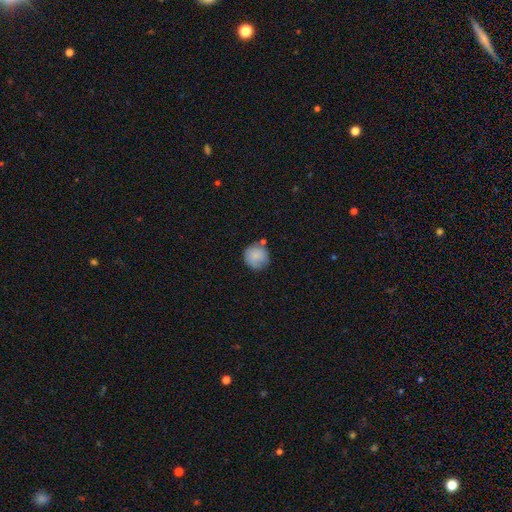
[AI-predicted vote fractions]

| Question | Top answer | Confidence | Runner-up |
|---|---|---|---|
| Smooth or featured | smooth | 81% | featured or disk (11%) |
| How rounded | round | 91% | in between (8%) |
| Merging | none | 65% | minor disturbance (21%) |